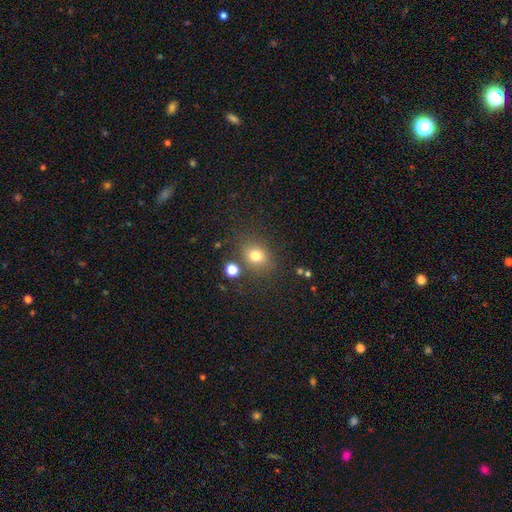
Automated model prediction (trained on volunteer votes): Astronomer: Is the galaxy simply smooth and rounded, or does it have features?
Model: smooth — 76%.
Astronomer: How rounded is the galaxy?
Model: round — 56% (runner-up: in between, 43%).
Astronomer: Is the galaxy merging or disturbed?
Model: none — 74%.